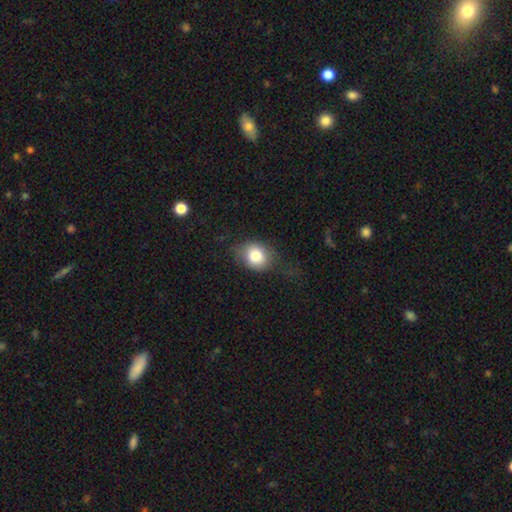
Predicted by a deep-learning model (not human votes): Overall: smooth (79%). How rounded: round (56%; in between 43%). Merging: none (55%; minor disturbance 27%).